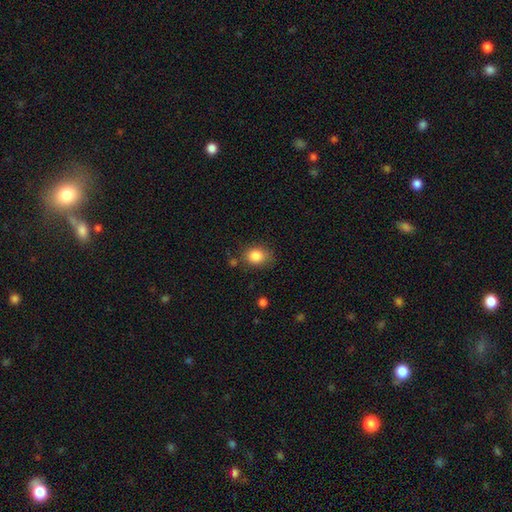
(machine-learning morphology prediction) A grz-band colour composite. It shows a smooth galaxy with no disk features (84%) that is round (56%). Merging: none (73%).